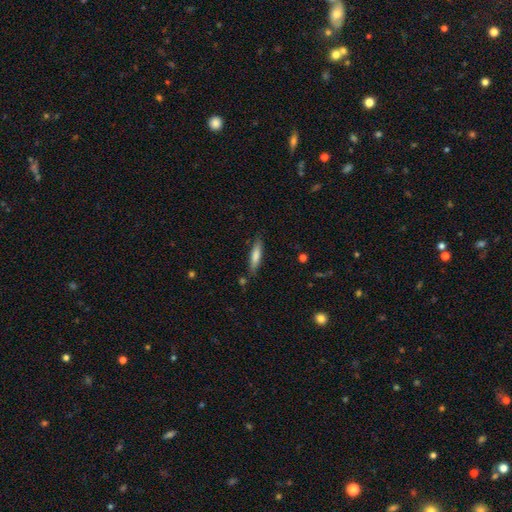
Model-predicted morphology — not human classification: Smooth or featured? Predicted: smooth (p=0.74). How rounded? Predicted: cigar-shaped (p=0.80). Merging? Predicted: none (p=0.81).